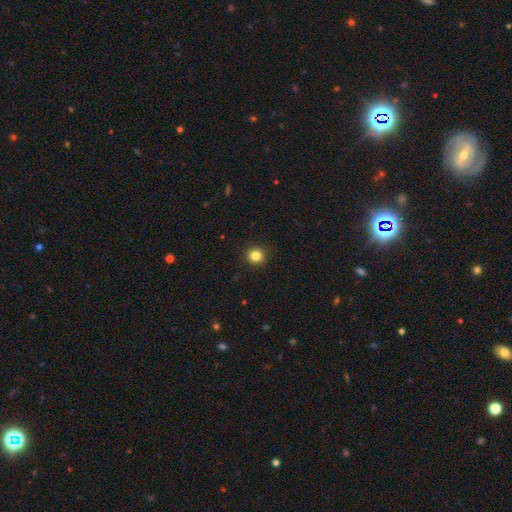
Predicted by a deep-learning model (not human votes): This appears to be a smooth galaxy with no disk features (84%) that is round (94%). Merging: none (92%).